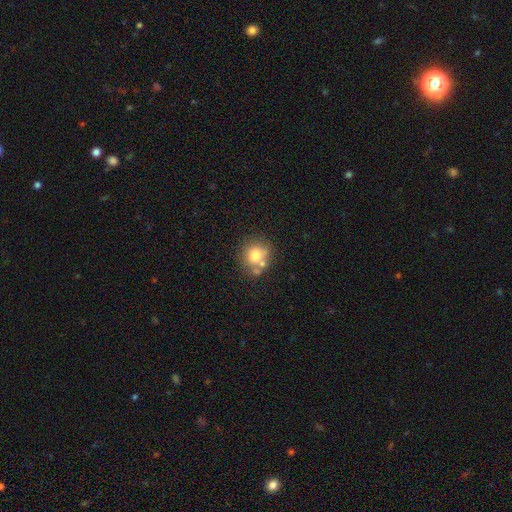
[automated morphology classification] Overall: smooth (72%). How rounded: round (84%). Merging: none (61%; merger 21%).